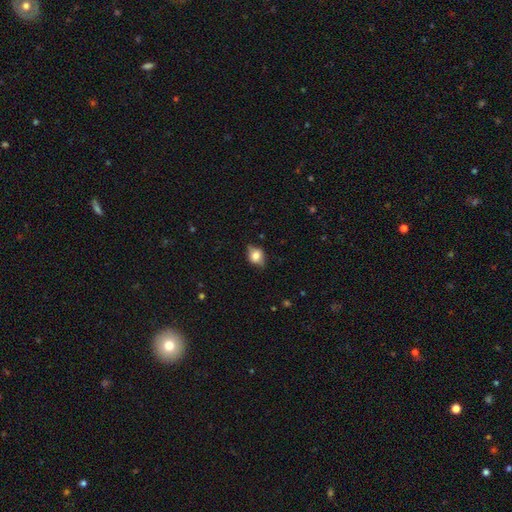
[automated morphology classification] A smooth galaxy with no disk features (63%) that is in between round and cigar-shaped (58%). Merging: none (68%).